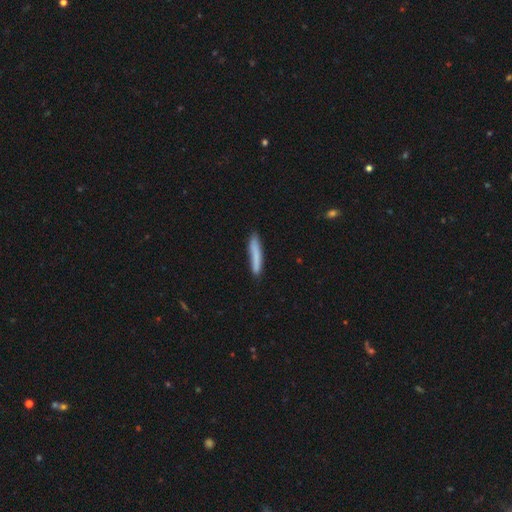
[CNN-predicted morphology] smooth_or_featured: smooth (p=0.77) [alt: featured or disk p=0.16]
how_rounded: cigar-shaped (p=0.93) [alt: in between p=0.05]
merging: none (p=0.80) [alt: minor disturbance p=0.15]